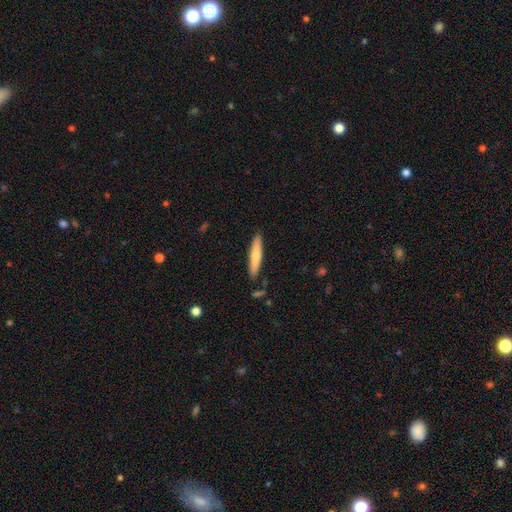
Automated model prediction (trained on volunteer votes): Smooth or featured? smooth (66%)
How rounded? cigar-shaped (89%)
Merging? none (87%)